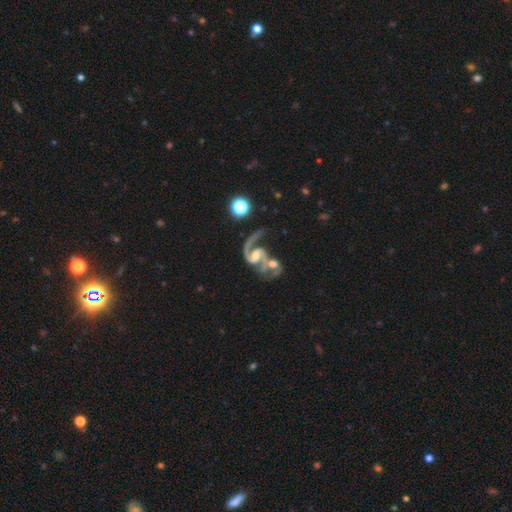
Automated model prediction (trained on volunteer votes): smooth_or_featured: featured or disk (p=0.90) [alt: star or artifact p=0.05]
disk_edge_on: no (p=0.98) [alt: yes p=0.02]
bar: weak (p=0.47) [alt: no p=0.29]
has_spiral_arms: yes (p=0.97) [alt: no p=0.03]
spiral_winding: medium (p=0.49) [alt: loose p=0.41]
spiral_arm_count: 2 (p=0.83) [alt: 1 p=0.11]
bulge_size: moderate (p=0.49) [alt: small p=0.38]
merging: merger (p=0.57) [alt: none p=0.21]